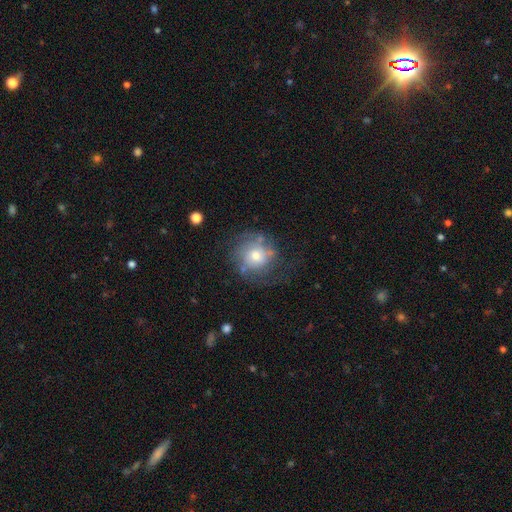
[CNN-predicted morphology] Smooth or featured? featured or disk (51%)
Edge-on disk? no (97%)
Merging? none (58%)